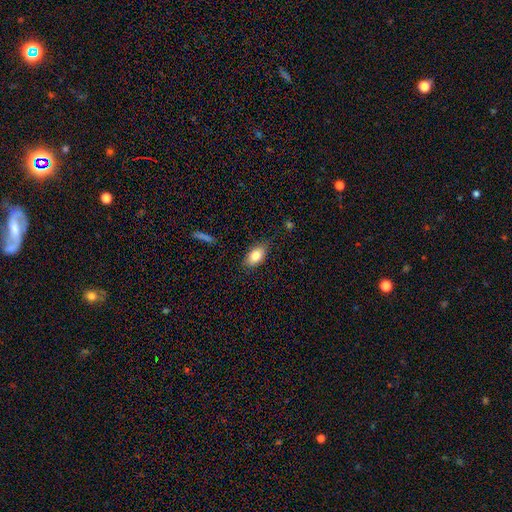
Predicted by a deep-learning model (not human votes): smooth-or-featured: smooth: 81% | featured or disk: 12% | star or artifact: 7%
  how-rounded: in between: 89% | round: 7% | cigar-shaped: 4%
  merging: none: 77% | minor disturbance: 18% | major disturbance: 4% | merger: 2%